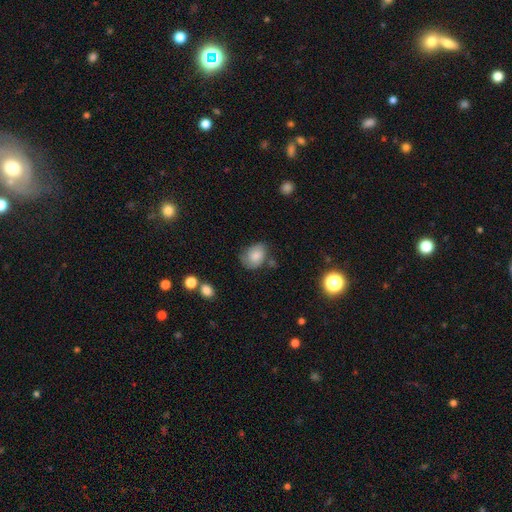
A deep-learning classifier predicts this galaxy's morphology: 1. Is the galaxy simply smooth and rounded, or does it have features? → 74% smooth, 17% featured or disk, 9% star or artifact.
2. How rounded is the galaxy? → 65% in between, 34% round, 1% cigar-shaped.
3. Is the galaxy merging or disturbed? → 54% none, 30% minor disturbance, 10% major disturbance, 6% merger.